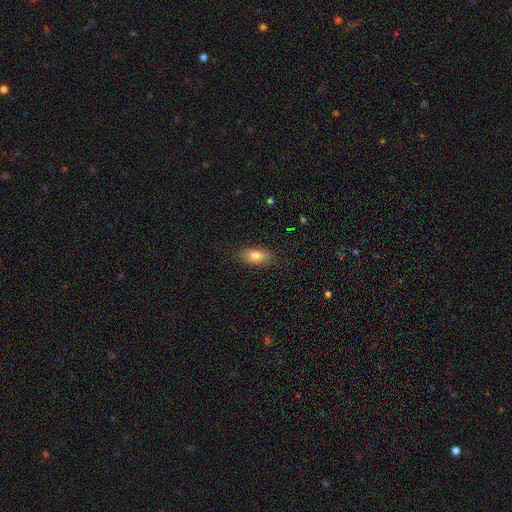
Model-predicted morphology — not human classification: Smooth or featured: smooth — 81% (featured or disk — 11%)
How rounded: in between — 87% (cigar-shaped — 9%)
Merging: none — 86% (minor disturbance — 10%)